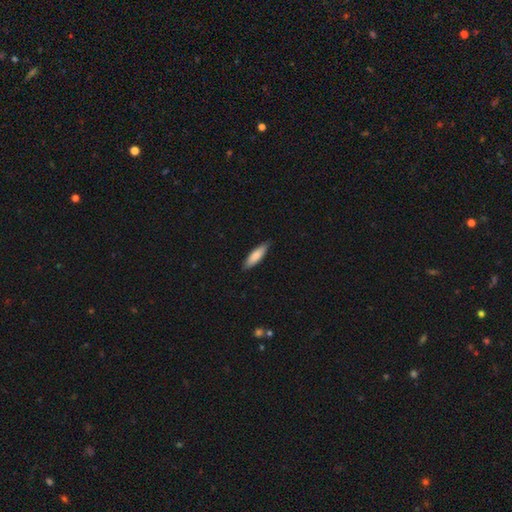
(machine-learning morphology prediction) A smooth galaxy with no disk features (80%) that is cigar-shaped (60%). Merging: none (86%).